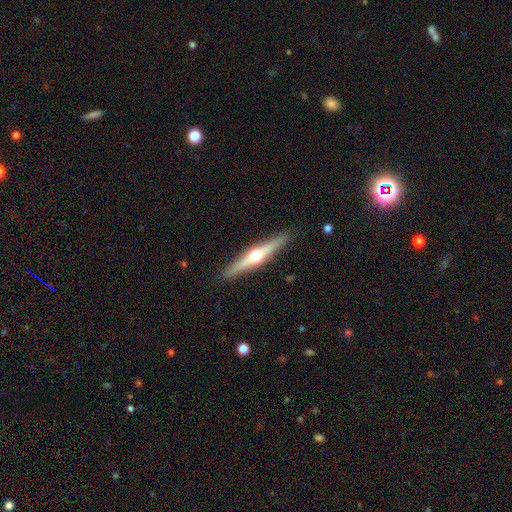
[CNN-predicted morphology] smooth-or-featured: featured or disk: 76% | smooth: 19% | star or artifact: 5%
  disk-edge-on: yes: 98% | no: 2%
    edge-on-bulge: rounded: 95% | boxy: 3% | none: 2%
  merging: none: 91% | minor disturbance: 7% | major disturbance: 1% | merger: 1%